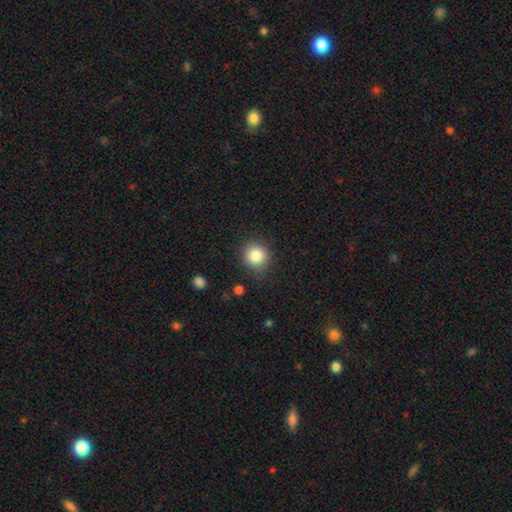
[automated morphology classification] Smooth or featured? Predicted: smooth (p=0.85). How rounded? Predicted: round (p=0.89). Merging? Predicted: none (p=0.85).